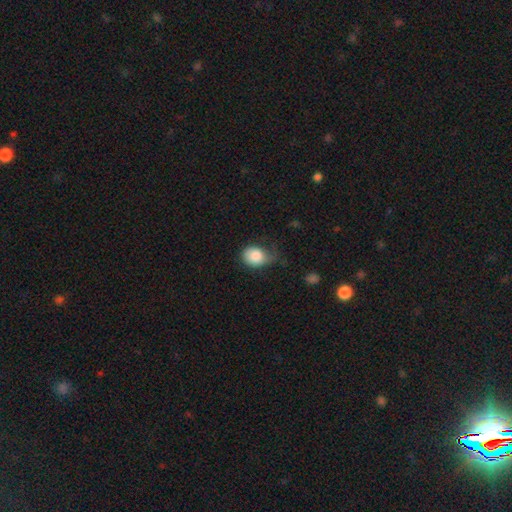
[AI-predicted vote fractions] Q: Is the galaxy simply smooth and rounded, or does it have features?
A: smooth — 84%.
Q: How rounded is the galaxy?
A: in between — 51%.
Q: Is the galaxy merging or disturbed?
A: minor disturbance — 41%.